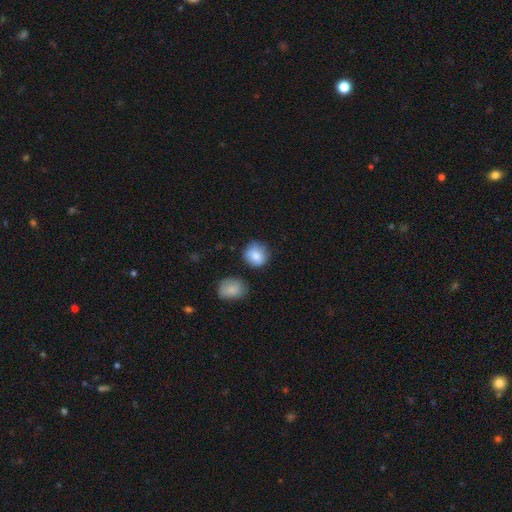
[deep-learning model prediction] This is clearly a smooth galaxy (84%). How rounded: clearly round (82%). Merging: likely none (76%).